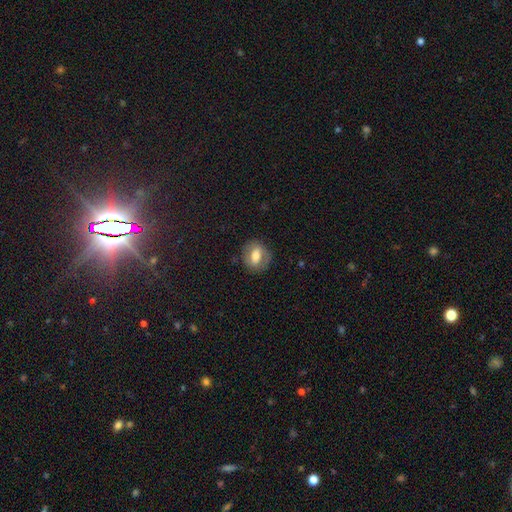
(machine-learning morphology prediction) This appears to be a smooth galaxy with no disk features (53%) that is round (50%). Merging: none (80%).